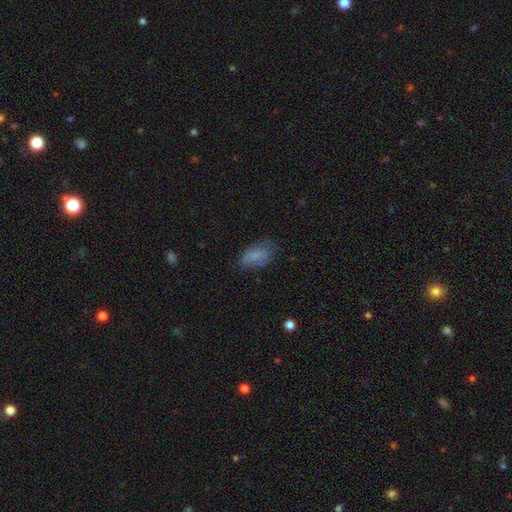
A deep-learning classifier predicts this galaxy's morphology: smooth 79%, featured or disk 12%, star or artifact 9%. Down the decision tree: how rounded — in between (91%); merging — none (64%).